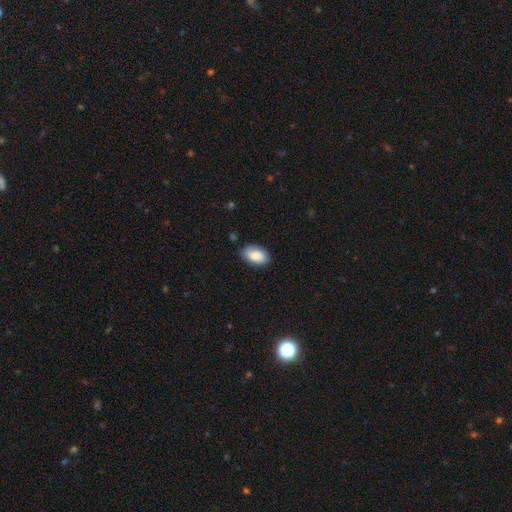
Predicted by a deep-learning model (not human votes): This is clearly a smooth galaxy (86%). How rounded: clearly in between (93%). Merging: clearly none (82%).